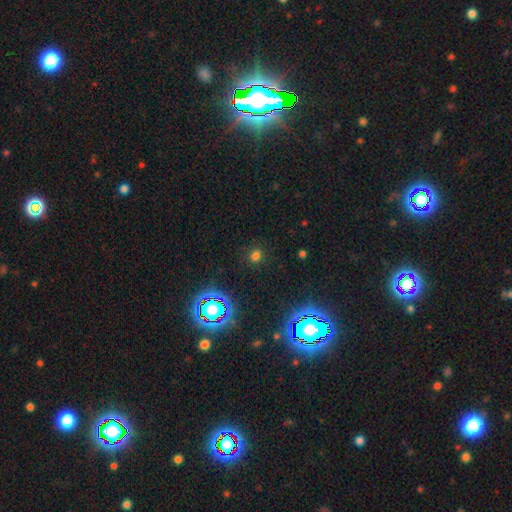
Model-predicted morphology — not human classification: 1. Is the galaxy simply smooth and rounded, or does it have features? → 65% smooth, 30% star or artifact, 6% featured or disk.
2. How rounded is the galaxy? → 79% round, 20% in between, 1% cigar-shaped.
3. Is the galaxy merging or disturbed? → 87% none, 8% minor disturbance, 3% major disturbance, 2% merger.